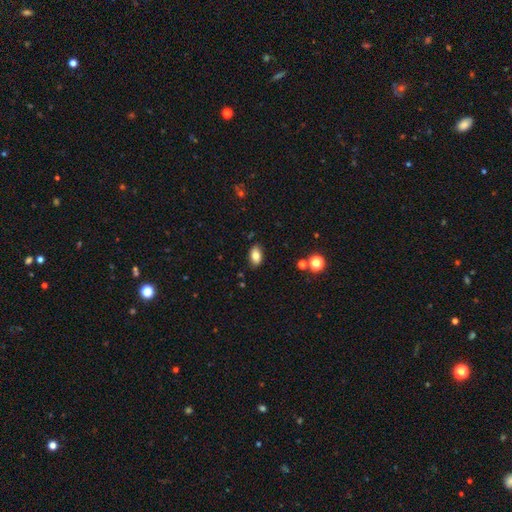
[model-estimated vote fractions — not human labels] The model was most divided on "smooth or featured": smooth: 80%, featured or disk: 10%, star or artifact: 9%. More confident: how rounded — in between (90%); merging — none (86%).